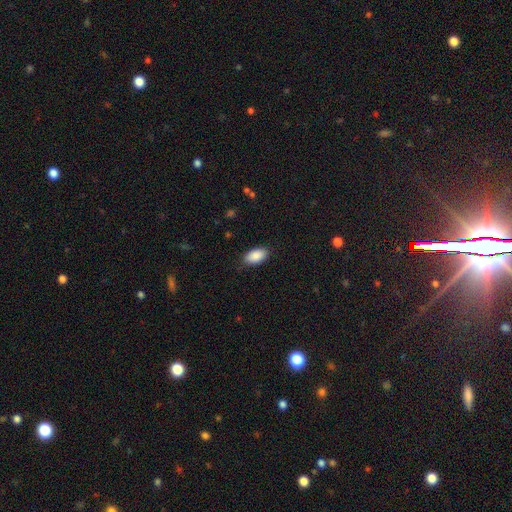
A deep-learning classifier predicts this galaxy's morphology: smooth-or-featured: smooth: 89% | star or artifact: 7% | featured or disk: 5%
  how-rounded: in between: 94% | round: 3% | cigar-shaped: 2%
  merging: none: 86% | minor disturbance: 11% | major disturbance: 2% | merger: 1%